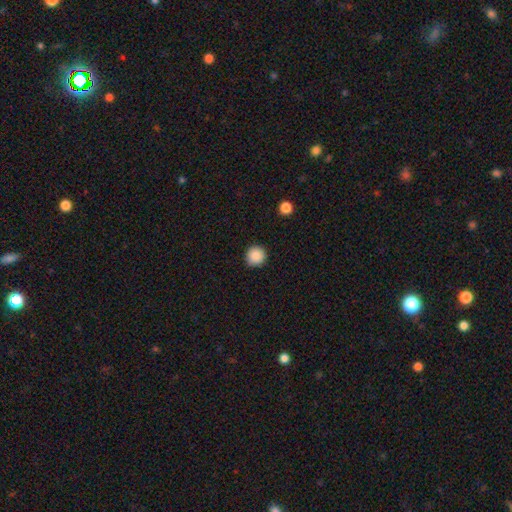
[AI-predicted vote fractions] This is clearly a smooth galaxy (88%). How rounded: clearly round (95%). Merging: clearly none (92%).